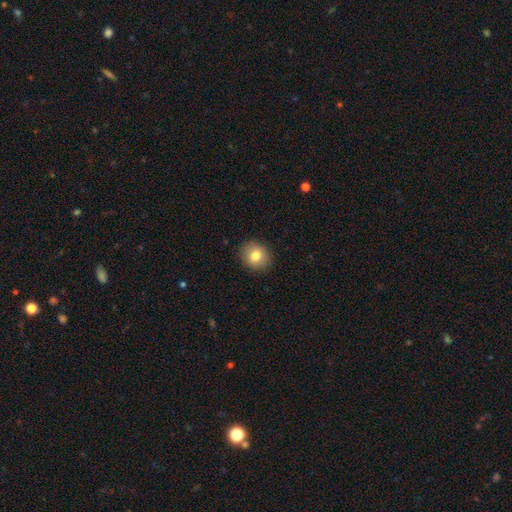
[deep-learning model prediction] Smooth or featured? smooth (80%)
How rounded? round (75%)
Merging? none (89%)